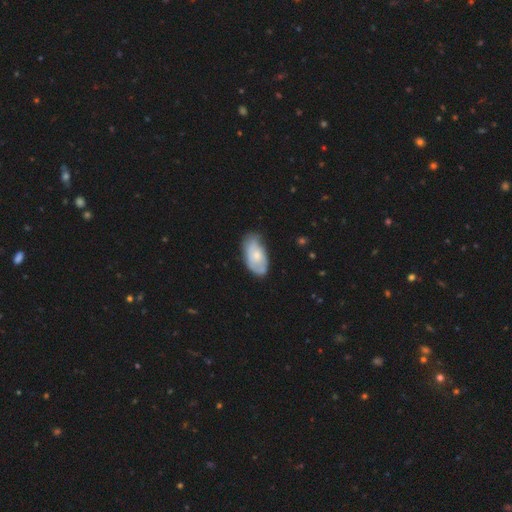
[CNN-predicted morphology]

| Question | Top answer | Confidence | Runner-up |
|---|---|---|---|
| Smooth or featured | smooth | 52% | featured or disk (43%) |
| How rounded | in between | 93% | cigar-shaped (4%) |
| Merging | none | 64% | minor disturbance (28%) |